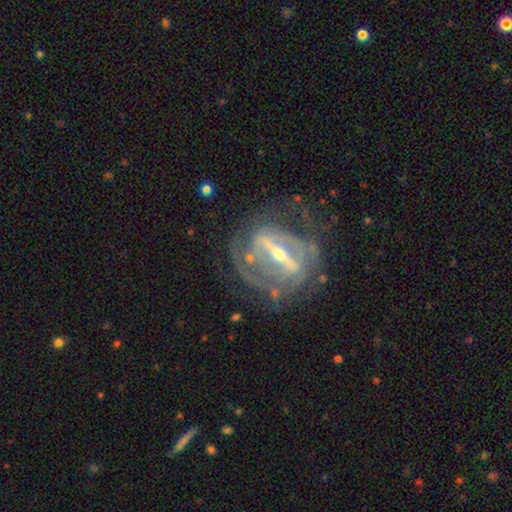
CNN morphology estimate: type=featured or disk (89%); edge-on=no (84%); bar=strong (83%); spiral arms=yes (80%); winding=tight (50%); arm count=2 (40%); bulge=small (57%); merging=none (64%).